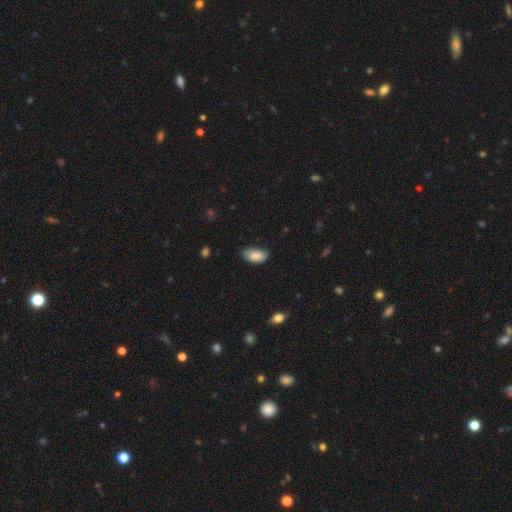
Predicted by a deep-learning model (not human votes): Smooth or featured?
  - smooth: 83% *
  - featured or disk: 10%
  - star or artifact: 7%
How rounded?
  - in between: 94% *
  - round: 3%
  - cigar-shaped: 3%
Merging?
  - none: 60% *
  - minor disturbance: 33%
  - major disturbance: 6%
  - merger: 1%